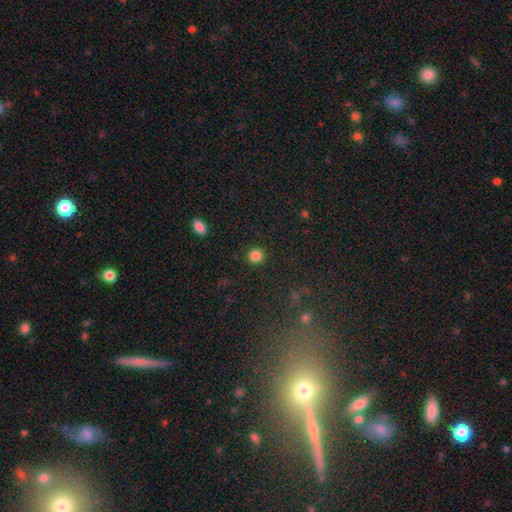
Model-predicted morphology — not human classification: Overall: smooth (84%). How rounded: round (94%). Merging: none (92%).